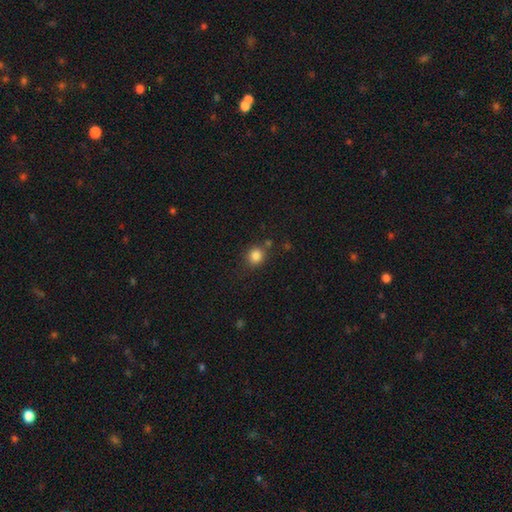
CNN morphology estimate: A smooth galaxy with no disk features (84%) that is round (79%).

Vote fractions:
- Smooth or featured? smooth: 84% / star or artifact: 11% / featured or disk: 5%
- How rounded? round: 79% / in between: 20% / cigar-shaped: 1%
- Merging? none: 76% / minor disturbance: 13% / merger: 7% / major disturbance: 4%